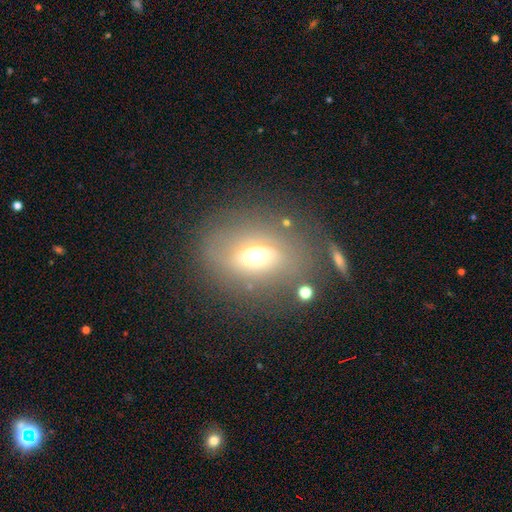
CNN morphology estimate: A smooth galaxy with no disk features (51%) that is in between round and cigar-shaped (58%).

Vote fractions:
- Smooth or featured? smooth: 51% / featured or disk: 33% / star or artifact: 16%
- How rounded? in between: 58% / round: 38% / cigar-shaped: 3%
- Merging? none: 69% / minor disturbance: 16% / major disturbance: 10% / merger: 5%